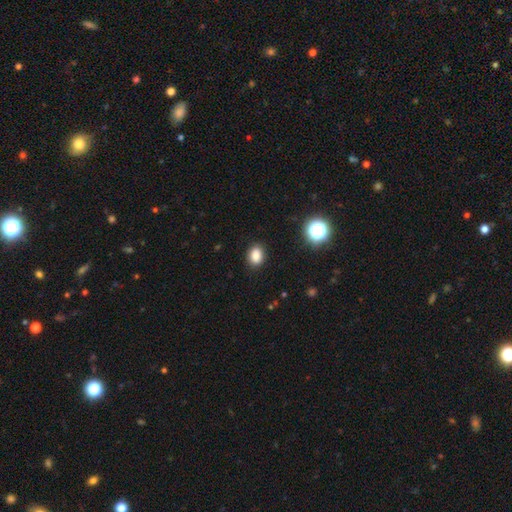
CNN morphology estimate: smooth-or-featured: smooth: 85% | star or artifact: 11% | featured or disk: 4%
  how-rounded: in between: 70% | round: 29% | cigar-shaped: 1%
  merging: none: 88% | minor disturbance: 9% | major disturbance: 2% | merger: 1%